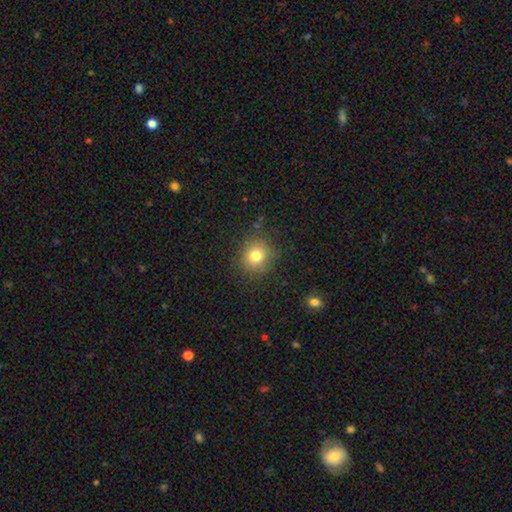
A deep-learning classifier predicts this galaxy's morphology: type=smooth (77%); roundness=round (88%); merging=none (85%).